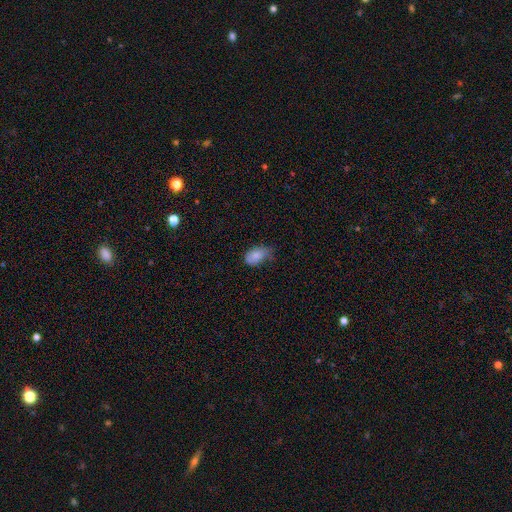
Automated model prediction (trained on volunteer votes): smooth-or-featured: smooth: 83% | featured or disk: 10% | star or artifact: 8%
  how-rounded: in between: 91% | round: 7% | cigar-shaped: 2%
  merging: none: 45% | minor disturbance: 43% | major disturbance: 11% | merger: 2%